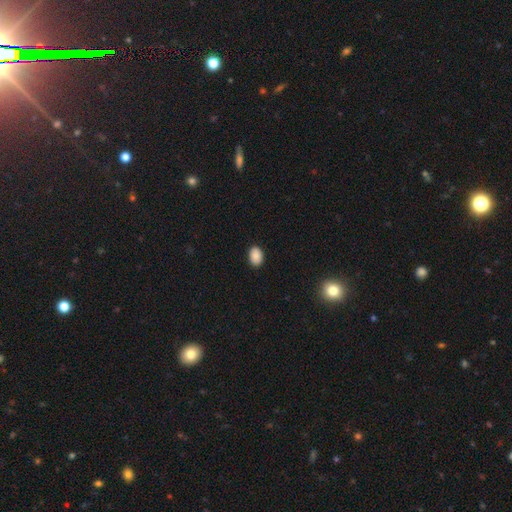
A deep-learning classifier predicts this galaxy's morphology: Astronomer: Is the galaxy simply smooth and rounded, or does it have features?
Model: smooth — 89%.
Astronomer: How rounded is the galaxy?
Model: in between — 81%.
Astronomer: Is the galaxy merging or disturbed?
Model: none — 89%.